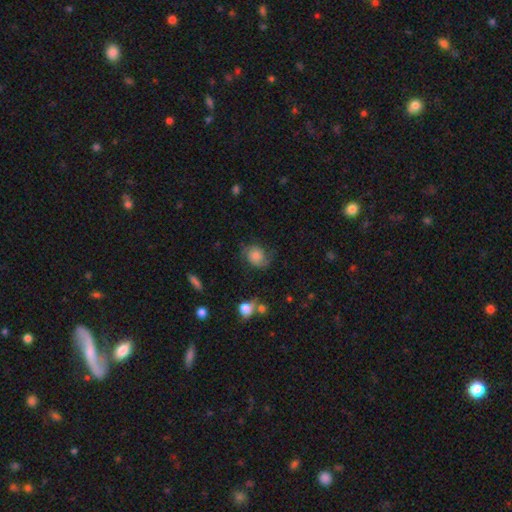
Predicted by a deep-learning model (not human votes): Smooth or featured? Predicted: smooth (p=0.48). Merging? Predicted: none (p=0.59).